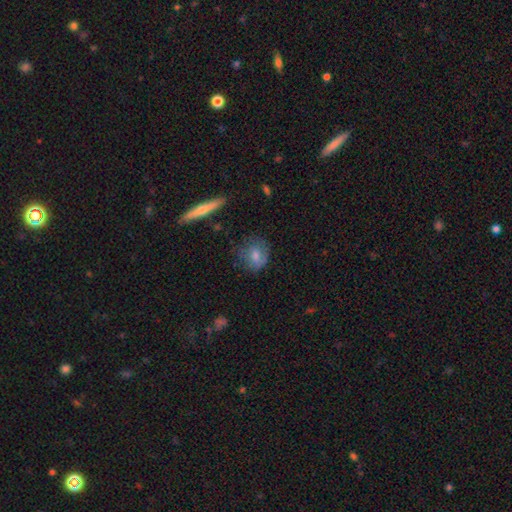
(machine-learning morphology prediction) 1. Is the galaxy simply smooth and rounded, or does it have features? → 54% smooth, 36% featured or disk, 10% star or artifact.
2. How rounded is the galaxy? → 53% round, 41% in between, 6% cigar-shaped.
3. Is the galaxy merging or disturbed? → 72% none, 20% minor disturbance, 6% major disturbance, 2% merger.